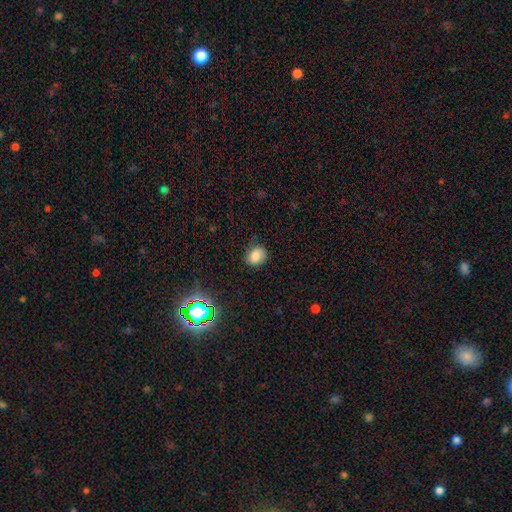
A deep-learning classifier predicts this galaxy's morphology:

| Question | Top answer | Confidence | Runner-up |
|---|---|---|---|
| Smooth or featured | smooth | 81% | star or artifact (12%) |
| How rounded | round | 54% | in between (45%) |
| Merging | none | 75% | minor disturbance (19%) |